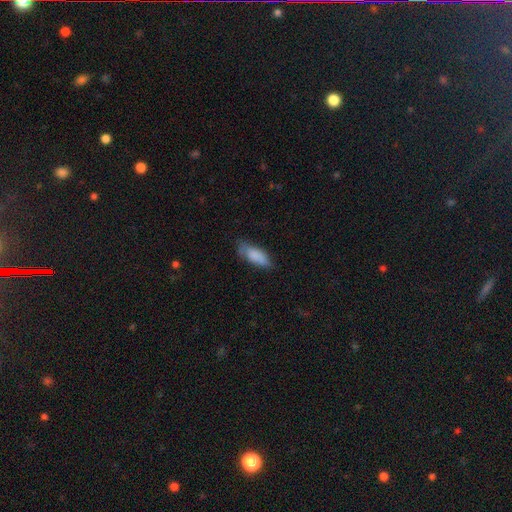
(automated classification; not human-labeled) Smooth or featured? smooth (82%)
How rounded? in between (77%)
Merging? none (62%)